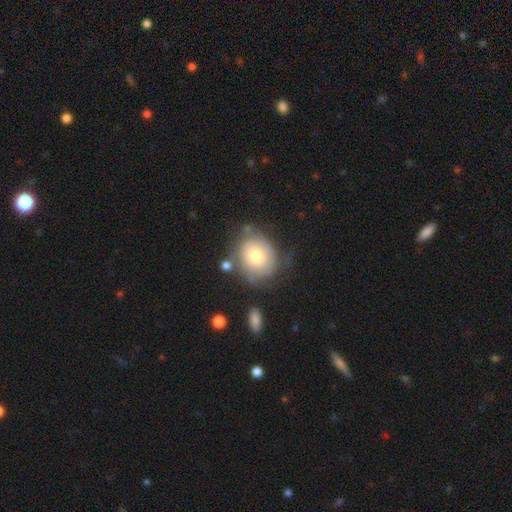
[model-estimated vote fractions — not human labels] A smooth galaxy with no disk features (63%) that is round (73%).

Vote fractions:
- Smooth or featured? smooth: 63% / featured or disk: 29% / star or artifact: 8%
- How rounded? round: 73% / in between: 26% / cigar-shaped: 1%
- Merging? none: 57% / minor disturbance: 24% / major disturbance: 11% / merger: 7%